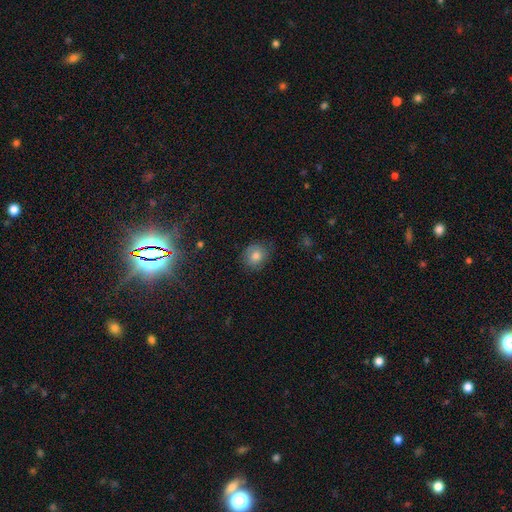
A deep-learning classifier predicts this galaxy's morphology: Smooth or featured?
  - smooth: 76% *
  - featured or disk: 13%
  - star or artifact: 12%
How rounded?
  - round: 72% *
  - in between: 27%
  - cigar-shaped: 1%
Merging?
  - none: 76% *
  - minor disturbance: 18%
  - major disturbance: 5%
  - merger: 1%